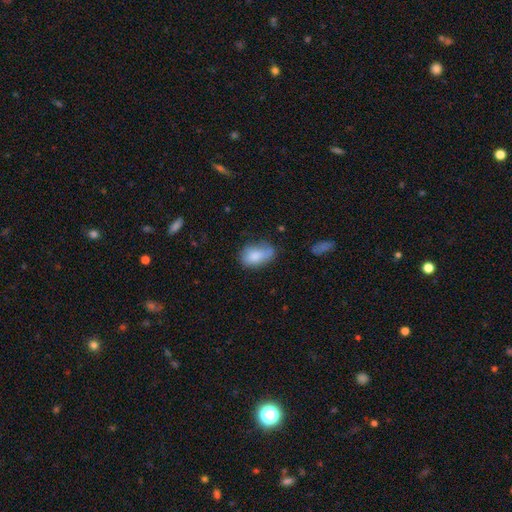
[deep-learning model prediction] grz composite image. It shows a smooth galaxy with no disk features (78%) that is in between round and cigar-shaped (89%). Merging: none (49%).